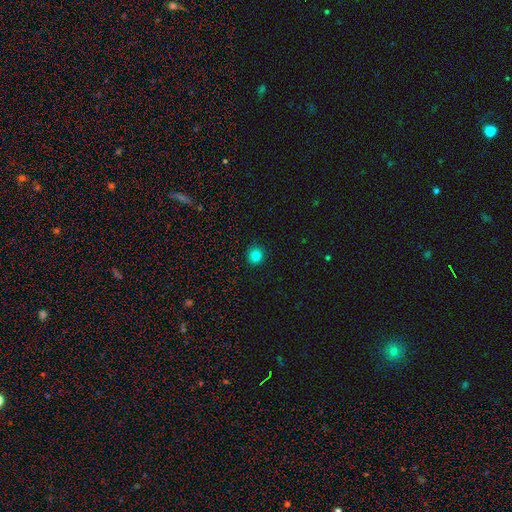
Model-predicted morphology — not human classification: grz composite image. It shows a smooth galaxy with no disk features (82%) that is round (92%). Merging: none (92%).